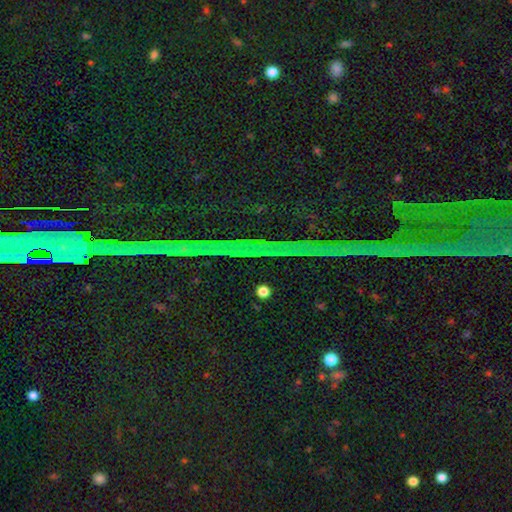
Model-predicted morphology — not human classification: This is clearly a star or artifact rather than a galaxy (89%).